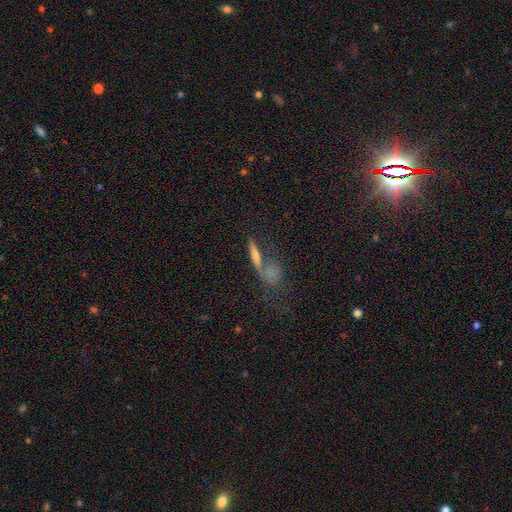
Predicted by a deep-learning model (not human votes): Smooth or featured: smooth — 39% (featured or disk — 37%)
Merging: none — 43% (merger — 32%)